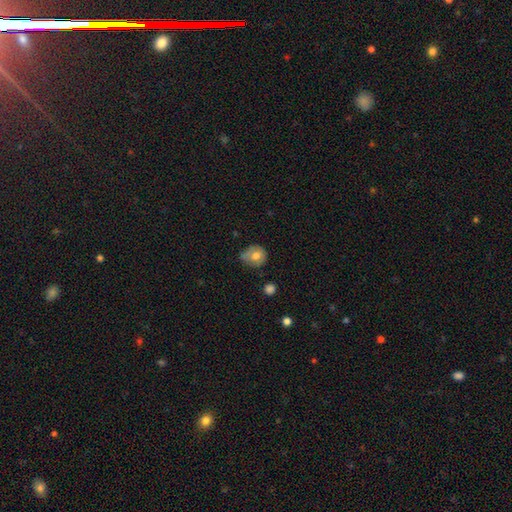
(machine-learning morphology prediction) smooth-or-featured: smooth: 72% | featured or disk: 20% | star or artifact: 9%
  how-rounded: round: 69% | in between: 30% | cigar-shaped: 1%
  merging: none: 48% | minor disturbance: 38% | major disturbance: 11% | merger: 3%